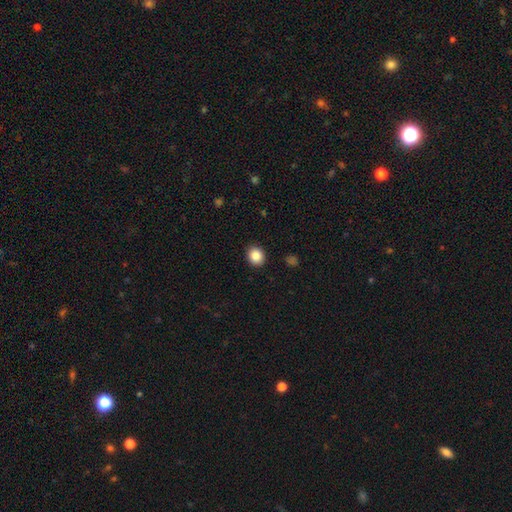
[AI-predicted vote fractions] This is clearly a smooth galaxy (87%). How rounded: likely round (72%). Merging: clearly none (91%).